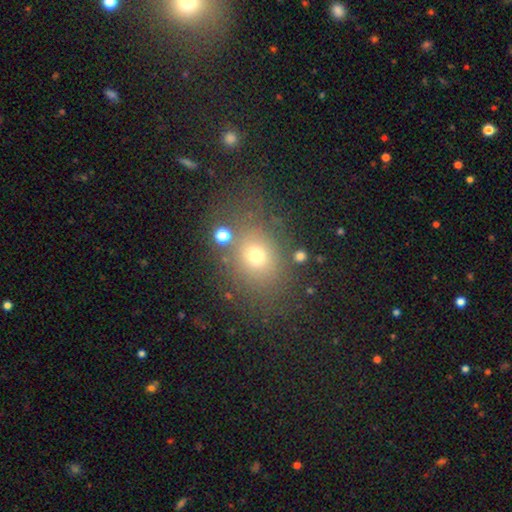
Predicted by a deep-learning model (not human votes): Smooth or featured?
  - smooth: 67% *
  - star or artifact: 19%
  - featured or disk: 14%
How rounded?
  - round: 52% *
  - in between: 47%
  - cigar-shaped: 1%
Merging?
  - none: 70% *
  - minor disturbance: 14%
  - major disturbance: 9%
  - merger: 6%